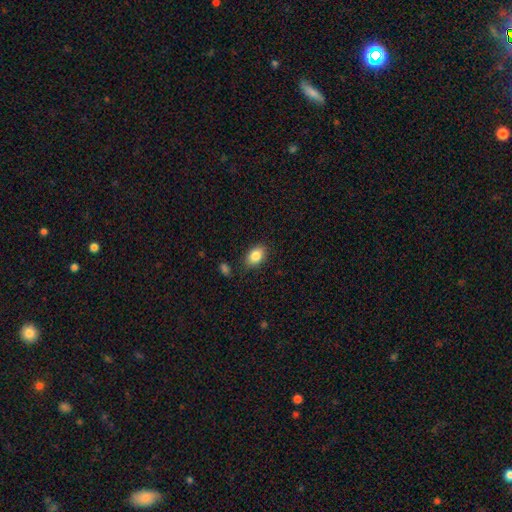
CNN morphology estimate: Overall: smooth (85%). How rounded: in between (82%). Merging: none (81%).